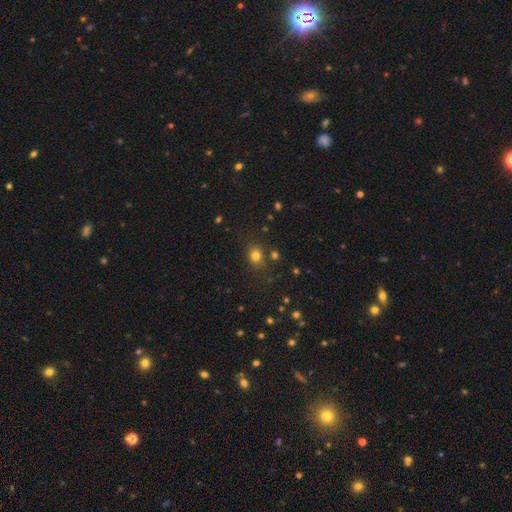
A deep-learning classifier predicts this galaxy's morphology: A smooth galaxy with no disk features (77%) that is round (69%). Merging: none (77%).